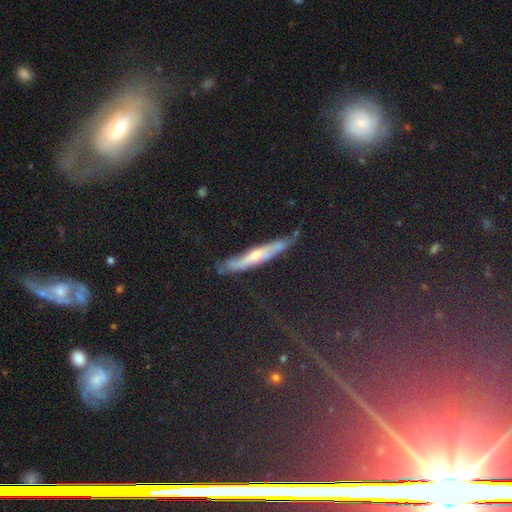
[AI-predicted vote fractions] A featured or disk galaxy (49%). Merging: none (65%).